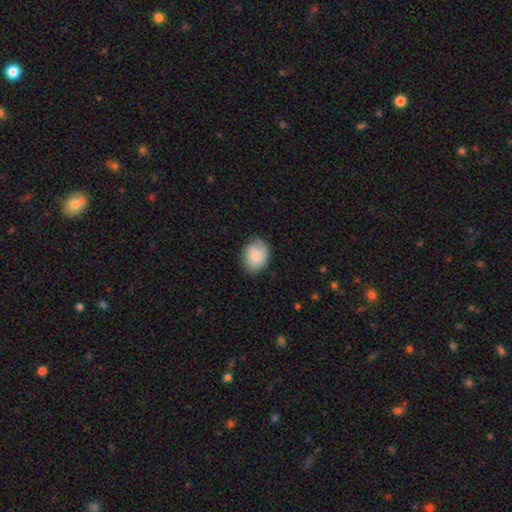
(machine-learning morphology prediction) The model was most divided on "how rounded": in between: 54%, round: 45%, cigar-shaped: 1%. More confident: smooth or featured — smooth (79%); merging — none (75%).